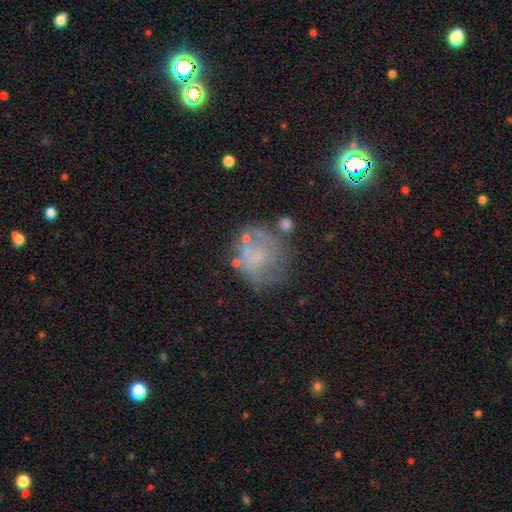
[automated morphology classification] smooth_or_featured: featured or disk (p=0.55) [alt: smooth p=0.33]
disk_edge_on: no (p=0.98) [alt: yes p=0.02]
bar: no (p=0.70) [alt: weak p=0.24]
has_spiral_arms: yes (p=0.52) [alt: no p=0.48]
bulge_size: none (p=0.55) [alt: small p=0.23]
merging: none (p=0.52) [alt: minor disturbance p=0.22]